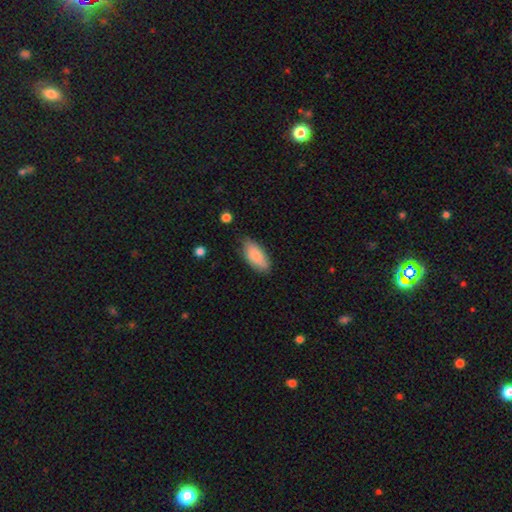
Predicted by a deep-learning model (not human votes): smooth_or_featured: smooth (p=0.86) [alt: featured or disk p=0.08]
how_rounded: in between (p=0.89) [alt: cigar-shaped p=0.09]
merging: none (p=0.71) [alt: minor disturbance p=0.23]